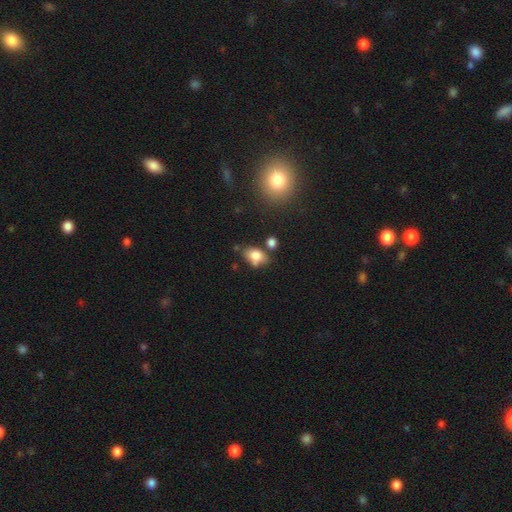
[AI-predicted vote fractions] Smooth or featured?
  - smooth: 78% *
  - featured or disk: 12%
  - star or artifact: 10%
How rounded?
  - in between: 82% *
  - round: 16%
  - cigar-shaped: 2%
Merging?
  - none: 54% *
  - minor disturbance: 25%
  - merger: 14%
  - major disturbance: 7%